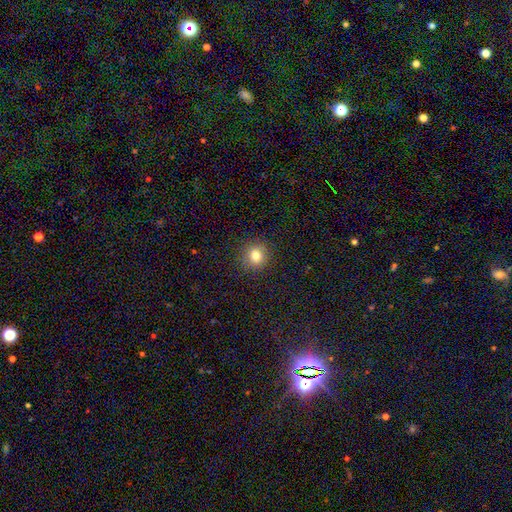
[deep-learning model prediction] Smooth or featured? Predicted: smooth (p=0.80). How rounded? Predicted: round (p=0.89). Merging? Predicted: none (p=0.90).